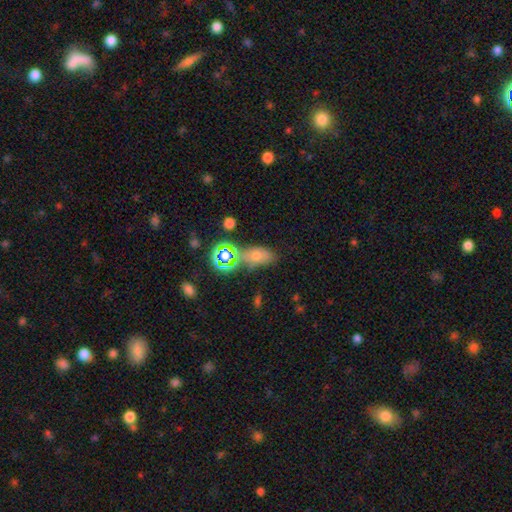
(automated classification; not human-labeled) Smooth or featured: smooth — 48% (star or artifact — 37%)
Merging: none — 65% (minor disturbance — 16%)